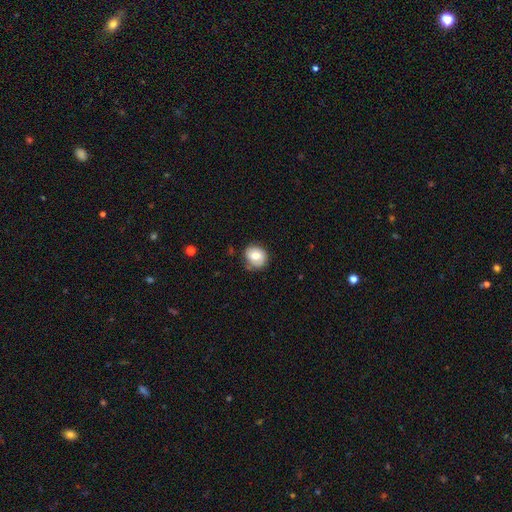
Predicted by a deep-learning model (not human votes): Q: Smooth or featured?
A: smooth (67%); runner-up: featured or disk (25%)
Q: How rounded?
A: round (70%); runner-up: in between (29%)
Q: Merging?
A: none (73%); runner-up: minor disturbance (20%)